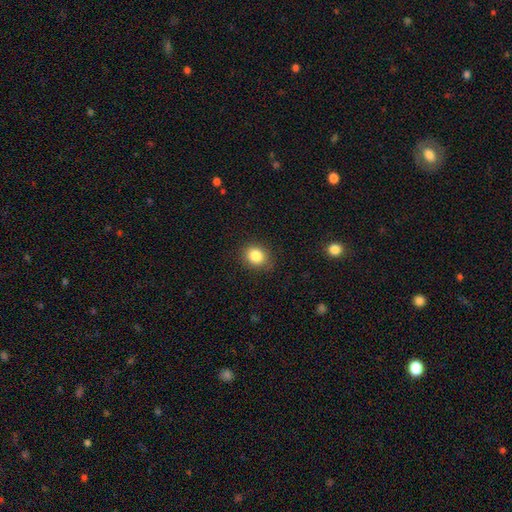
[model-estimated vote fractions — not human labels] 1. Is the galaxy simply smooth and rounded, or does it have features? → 84% smooth, 10% star or artifact, 5% featured or disk.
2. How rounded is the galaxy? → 68% round, 31% in between, 1% cigar-shaped.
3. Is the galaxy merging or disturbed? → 84% none, 12% minor disturbance, 3% major disturbance, 1% merger.